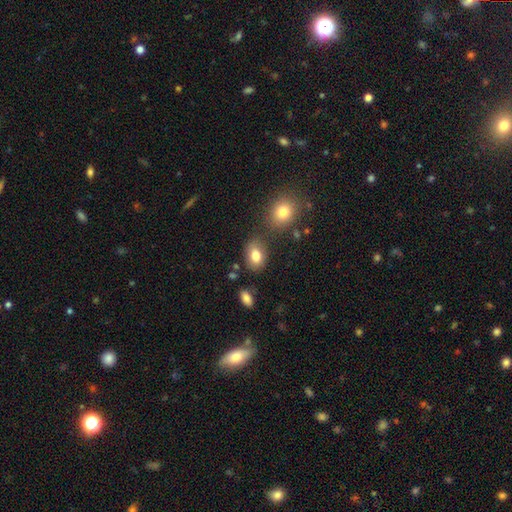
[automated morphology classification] A smooth galaxy with no disk features (81%) that is in between round and cigar-shaped (78%).

Vote fractions:
- Smooth or featured? smooth: 81% / featured or disk: 10% / star or artifact: 9%
- How rounded? in between: 78% / round: 20% / cigar-shaped: 1%
- Merging? none: 69% / minor disturbance: 16% / merger: 10% / major disturbance: 4%